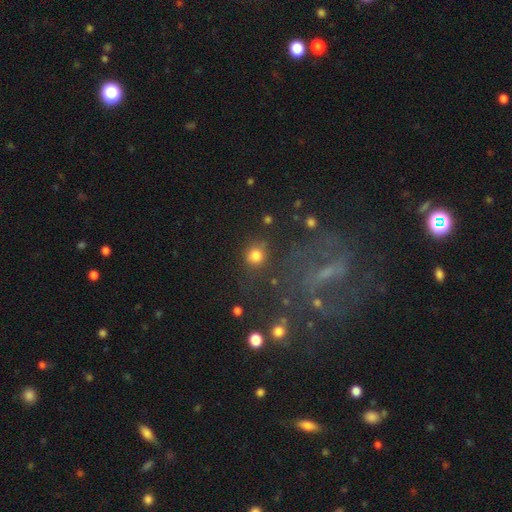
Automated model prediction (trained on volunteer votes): A smooth galaxy with no disk features (81%) that is round (89%). Merging: none (78%).